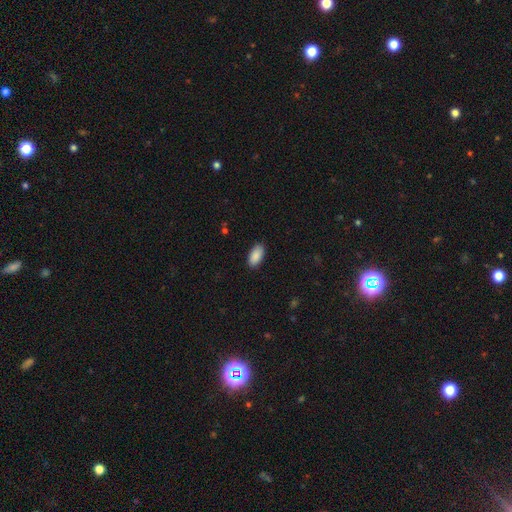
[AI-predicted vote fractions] Smooth or featured?
  - smooth: 90% *
  - star or artifact: 6%
  - featured or disk: 4%
How rounded?
  - in between: 94% *
  - cigar-shaped: 4%
  - round: 2%
Merging?
  - none: 88% *
  - minor disturbance: 9%
  - major disturbance: 2%
  - merger: 1%